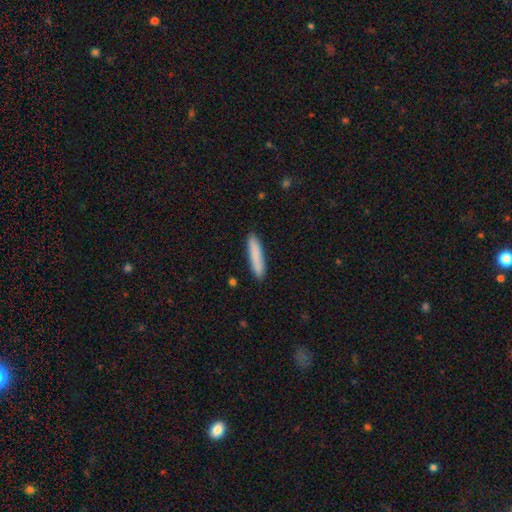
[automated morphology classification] The model was most divided on "smooth or featured": smooth: 85%, featured or disk: 9%, star or artifact: 6%. More confident: merging — none (90%); how rounded — cigar-shaped (89%).